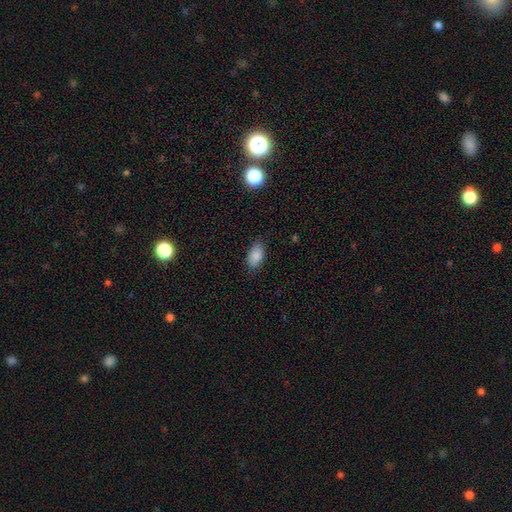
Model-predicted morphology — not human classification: smooth-or-featured: smooth: 87% | star or artifact: 8% | featured or disk: 6%
  how-rounded: in between: 93% | round: 4% | cigar-shaped: 3%
  merging: none: 82% | minor disturbance: 14% | major disturbance: 3% | merger: 1%